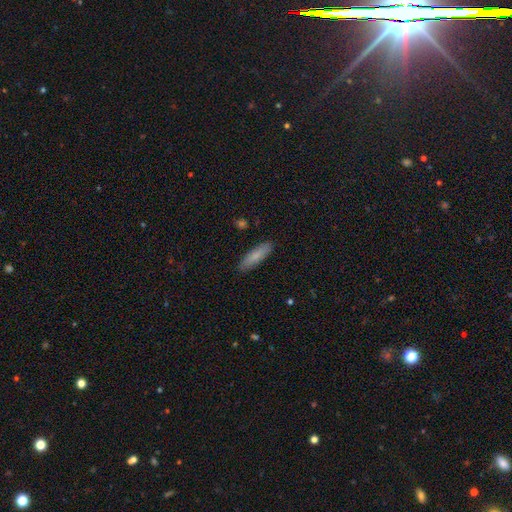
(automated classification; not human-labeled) Q: Smooth or featured?
A: smooth (80%); runner-up: featured or disk (14%)
Q: How rounded?
A: cigar-shaped (66%); runner-up: in between (33%)
Q: Merging?
A: none (88%); runner-up: minor disturbance (9%)